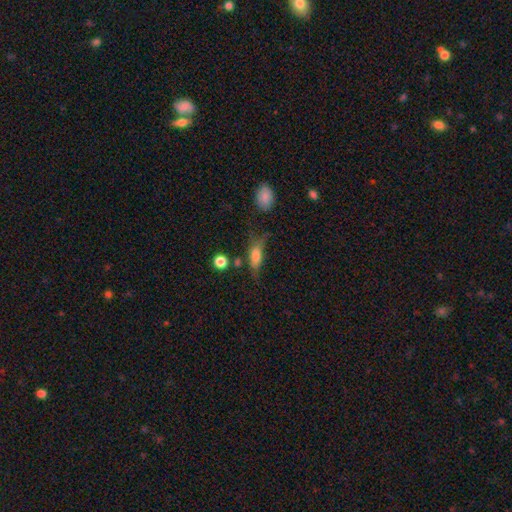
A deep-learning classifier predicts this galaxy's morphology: Smooth or featured? Predicted: smooth (p=0.68). How rounded? Predicted: in between (p=0.68). Merging? Predicted: none (p=0.48).